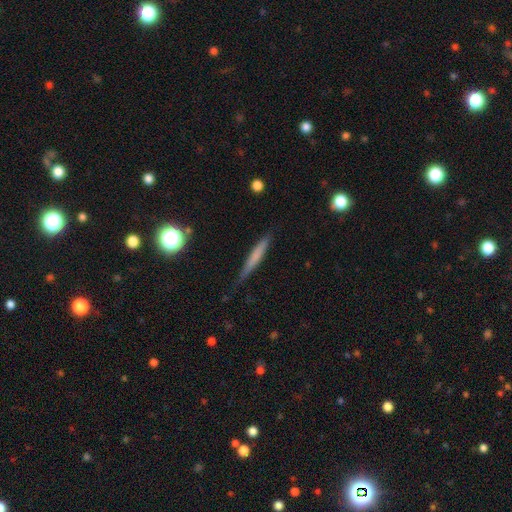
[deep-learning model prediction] smooth_or_featured: smooth (p=0.60) [alt: featured or disk p=0.33]
how_rounded: cigar-shaped (p=0.94) [alt: in between p=0.04]
merging: none (p=0.80) [alt: minor disturbance p=0.15]